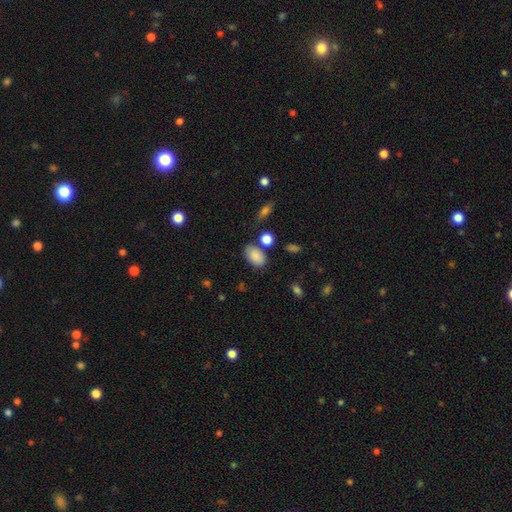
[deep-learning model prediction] The model was most divided on "merging": none: 71%, minor disturbance: 16%, merger: 9%, major disturbance: 5%. More confident: how rounded — in between (89%); smooth or featured — smooth (85%).